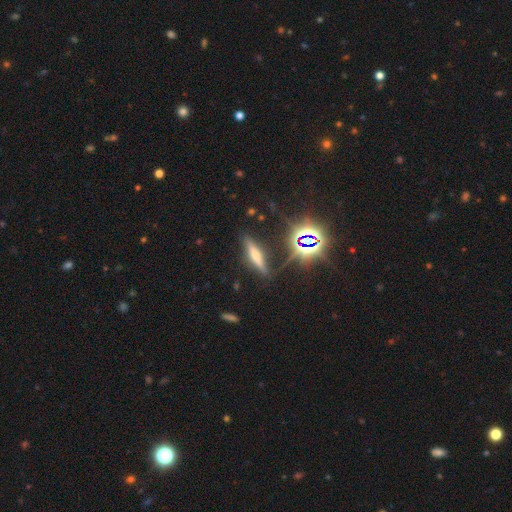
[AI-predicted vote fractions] smooth_or_featured: smooth (p=0.39) [alt: featured or disk p=0.37]
merging: none (p=0.80) [alt: minor disturbance p=0.12]